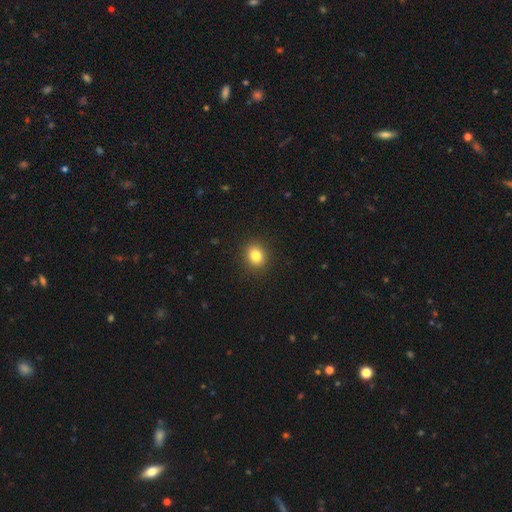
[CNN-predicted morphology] This appears to be a smooth galaxy with no disk features (83%) that is round (67%). Merging: none (90%).